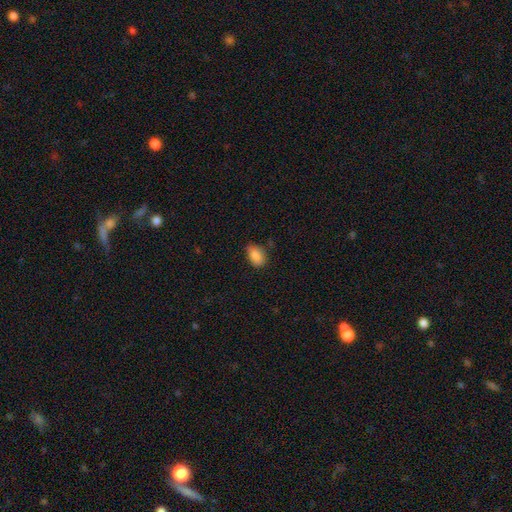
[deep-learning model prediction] smooth 87%, star or artifact 8%, featured or disk 5%. Down the decision tree: how rounded — in between (87%); merging — none (70%).